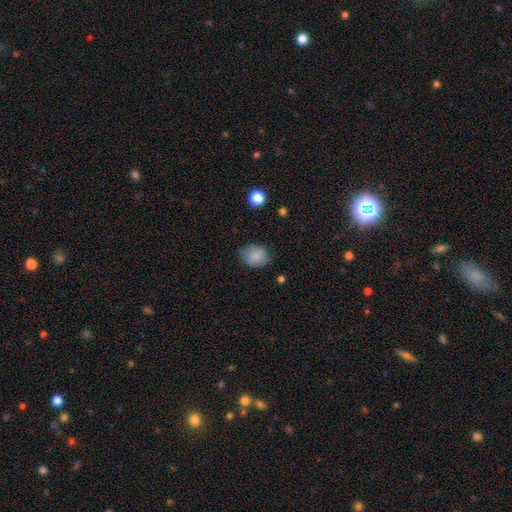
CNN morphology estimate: Smooth or featured?
  - smooth: 84% *
  - star or artifact: 8%
  - featured or disk: 8%
How rounded?
  - round: 54% *
  - in between: 45%
  - cigar-shaped: 1%
Merging?
  - none: 77% *
  - minor disturbance: 18%
  - major disturbance: 4%
  - merger: 1%